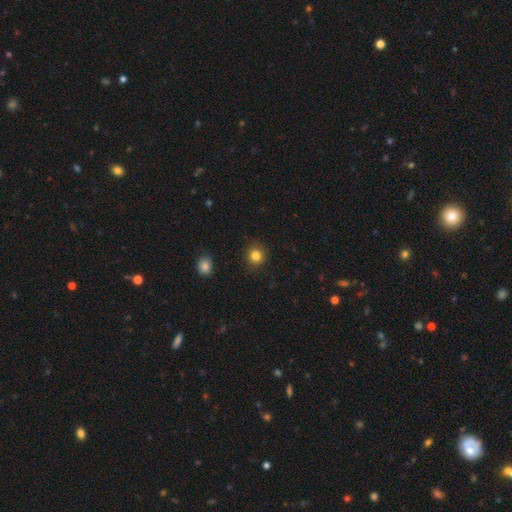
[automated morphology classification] type=smooth (84%); roundness=round (90%); merging=none (89%).